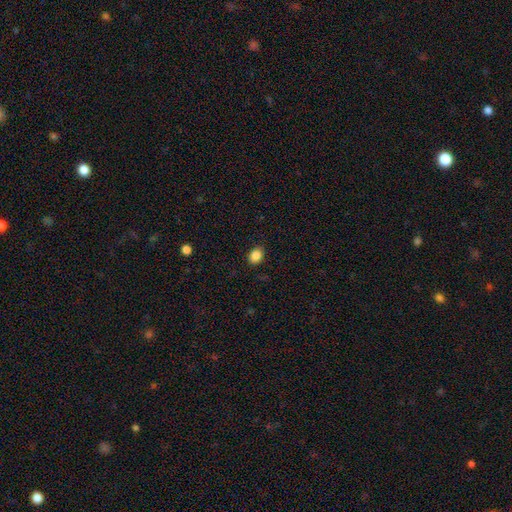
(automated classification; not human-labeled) This is clearly a smooth galaxy (86%). How rounded: possibly in between (50%). Merging: clearly none (88%).